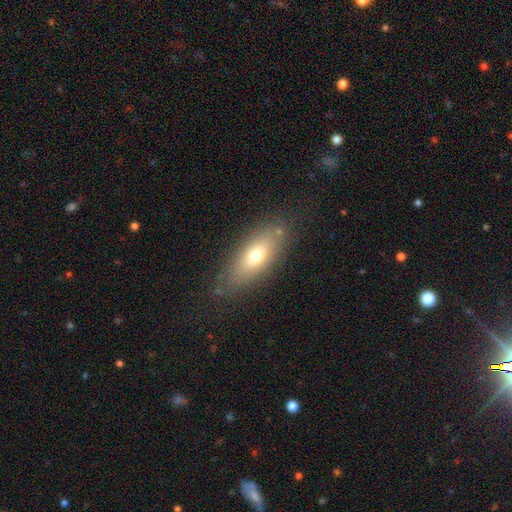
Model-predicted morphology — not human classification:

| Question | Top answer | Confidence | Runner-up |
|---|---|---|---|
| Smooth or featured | smooth | 67% | featured or disk (25%) |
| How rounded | in between | 71% | cigar-shaped (25%) |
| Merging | none | 79% | minor disturbance (14%) |